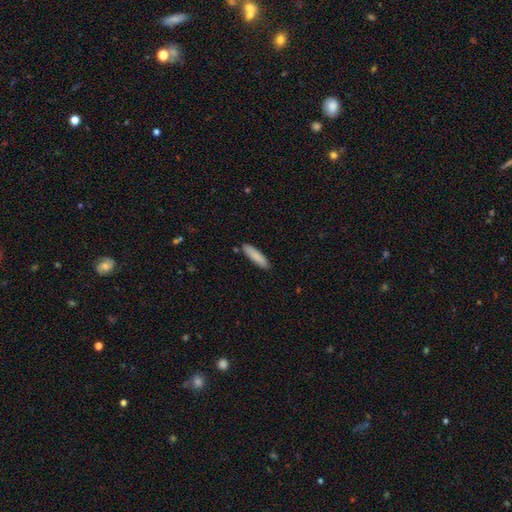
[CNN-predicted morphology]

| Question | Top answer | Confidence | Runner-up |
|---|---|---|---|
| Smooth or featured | smooth | 85% | featured or disk (8%) |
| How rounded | cigar-shaped | 72% | in between (27%) |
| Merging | none | 86% | minor disturbance (10%) |